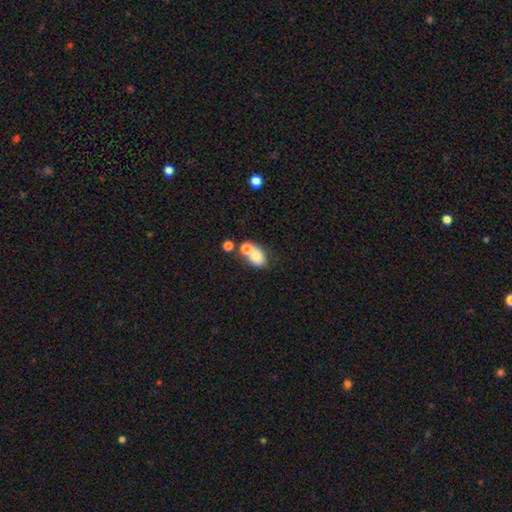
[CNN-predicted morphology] Smooth or featured?
  - smooth: 72% *
  - featured or disk: 17%
  - star or artifact: 11%
How rounded?
  - in between: 57% *
  - round: 41%
  - cigar-shaped: 1%
Merging?
  - merger: 47% *
  - none: 37%
  - minor disturbance: 10%
  - major disturbance: 5%